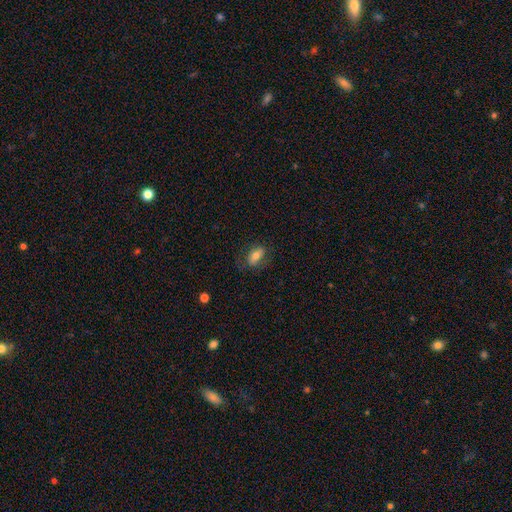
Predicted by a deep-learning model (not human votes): The model was most divided on "smooth or featured": smooth: 68%, featured or disk: 24%, star or artifact: 8%. More confident: how rounded — in between (85%); merging — none (72%).